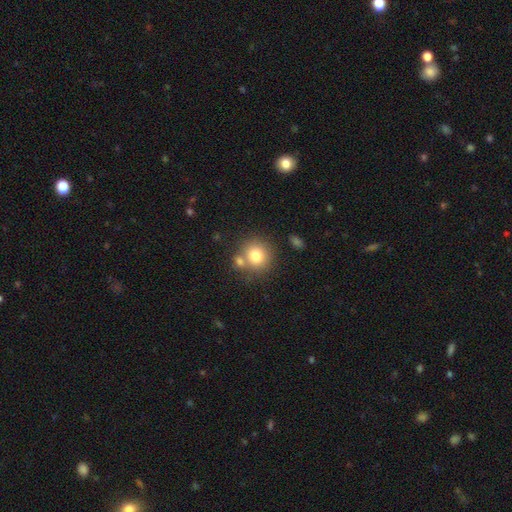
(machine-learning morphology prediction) Smooth or featured: smooth — 77% (featured or disk — 12%)
How rounded: round — 87% (in between — 12%)
Merging: none — 63% (merger — 23%)